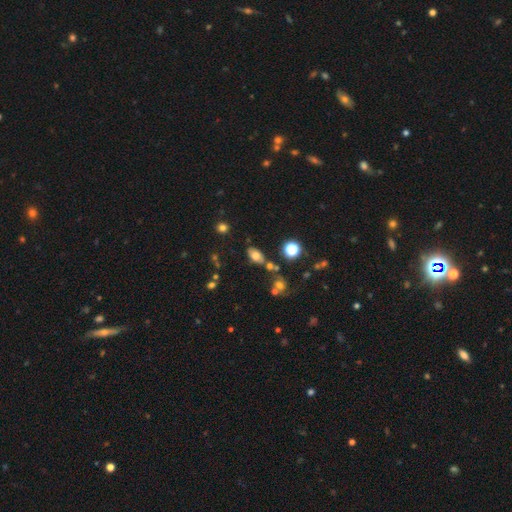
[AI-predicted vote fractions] smooth 70%, star or artifact 15%, featured or disk 14%. Down the decision tree: how rounded — in between (86%); merging — none (69%).